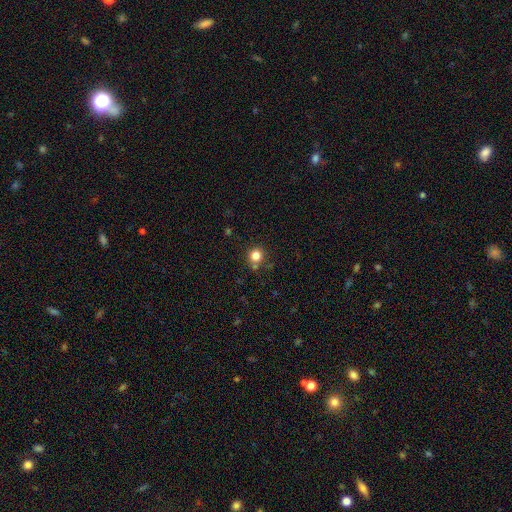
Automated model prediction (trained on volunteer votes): Morphology: type=smooth (82%); roundness=round (89%); merging=none (78%).